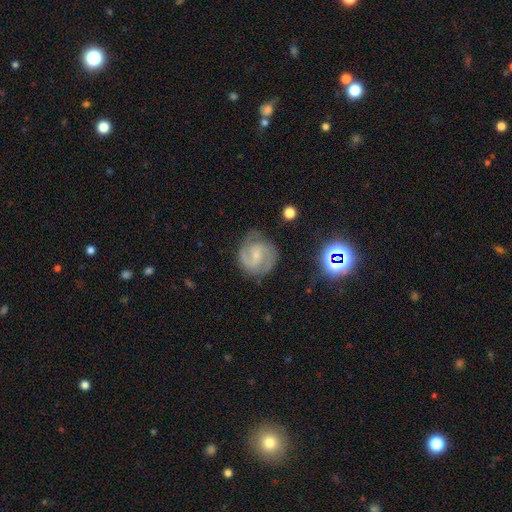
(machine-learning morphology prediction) The model was most divided on "spiral winding": medium: 50%, tight: 36%, loose: 14%. More confident: edge-on disk — no (98%); spiral arms — yes (95%); smooth or featured — featured or disk (79%); spiral arm count — 2 (78%); merging — none (72%); bulge size — small (67%); bar — weak (52%).